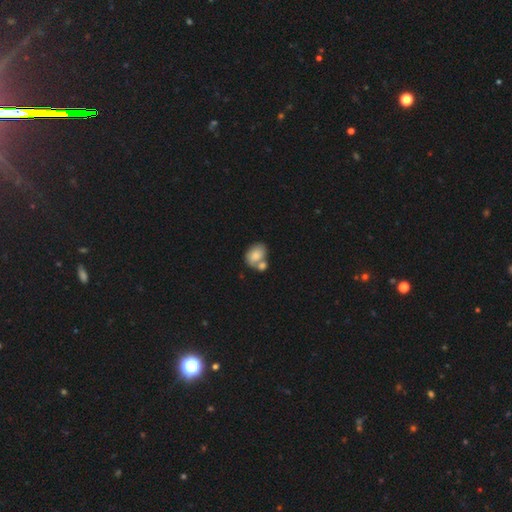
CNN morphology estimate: smooth 76%, featured or disk 16%, star or artifact 7%. Down the decision tree: how rounded — in between (74%); merging — merger (51%).